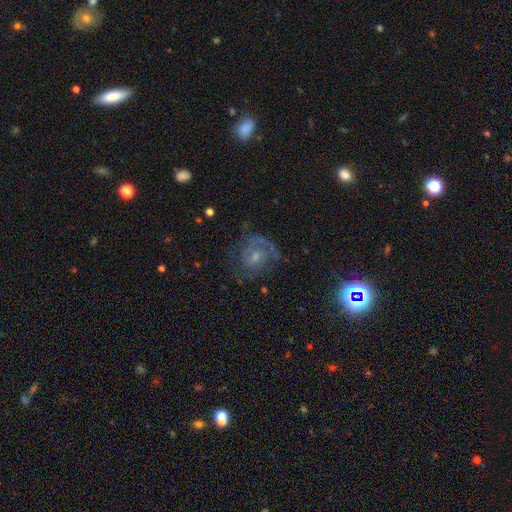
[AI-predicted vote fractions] This is likely a featured or disk galaxy (71%). It is clearly not viewed edge-on (97%). Bar: likely no (60%). Spiral arm pattern: clearly yes (87%). Spiral arm count: marginally 2 (42%). Spiral winding: marginally medium (44%). Central bulge: possibly small (49%). Merging: likely none (61%).